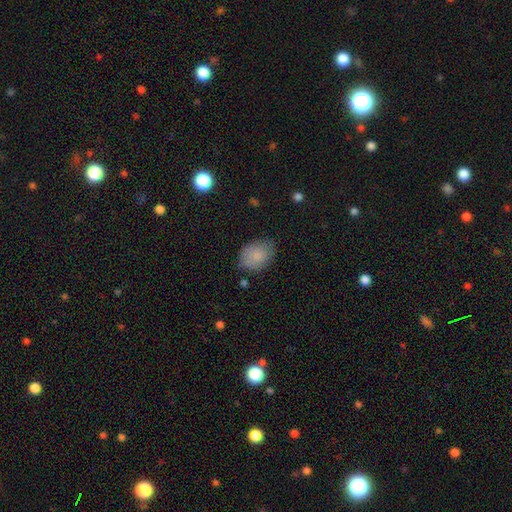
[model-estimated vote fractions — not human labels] A smooth galaxy with no disk features (84%) that is in between round and cigar-shaped (72%).

Vote fractions:
- Smooth or featured? smooth: 84% / featured or disk: 9% / star or artifact: 8%
- How rounded? in between: 72% / round: 27% / cigar-shaped: 1%
- Merging? none: 72% / minor disturbance: 22% / major disturbance: 5% / merger: 2%